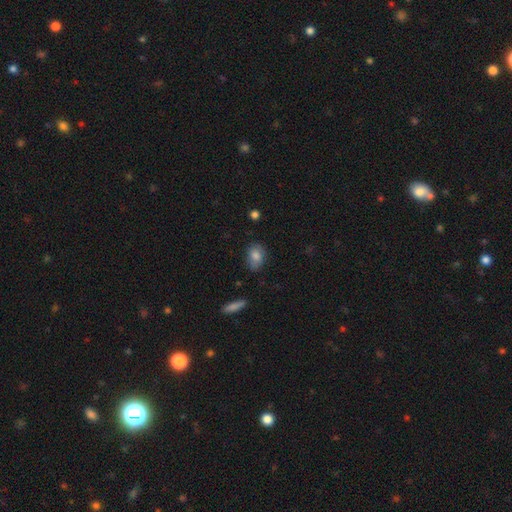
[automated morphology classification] A smooth galaxy with no disk features (81%) that is in between round and cigar-shaped (81%).

Vote fractions:
- Smooth or featured? smooth: 81% / featured or disk: 11% / star or artifact: 8%
- How rounded? in between: 81% / round: 17% / cigar-shaped: 2%
- Merging? none: 74% / minor disturbance: 20% / major disturbance: 4% / merger: 2%